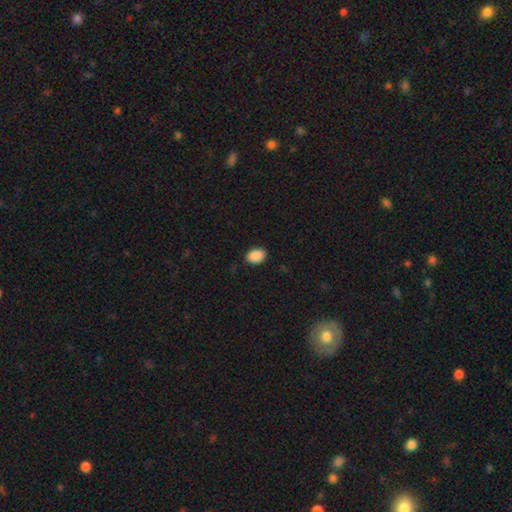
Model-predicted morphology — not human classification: A smooth galaxy with no disk features (90%) that is in between round and cigar-shaped (84%).

Vote fractions:
- Smooth or featured? smooth: 90% / star or artifact: 7% / featured or disk: 2%
- How rounded? in between: 84% / round: 14% / cigar-shaped: 1%
- Merging? none: 87% / minor disturbance: 10% / major disturbance: 2% / merger: 1%